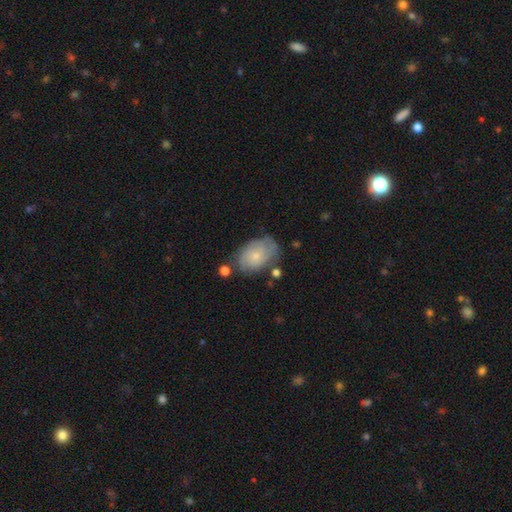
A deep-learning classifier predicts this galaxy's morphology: A featured or disk galaxy (55%) with no bar (81%), spiral arms (82%) and a small central bulge (74%). Merging: none (65%).